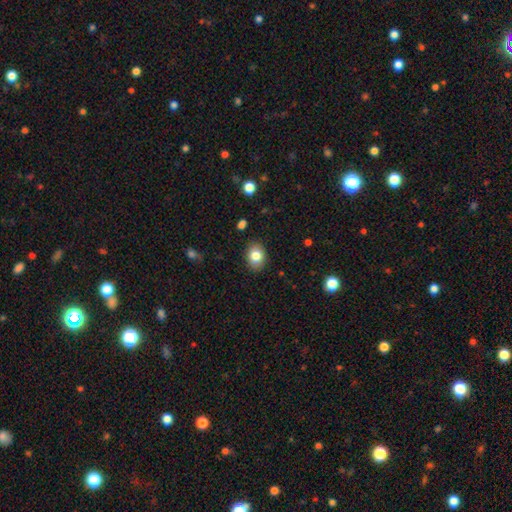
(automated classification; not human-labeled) This appears to be a smooth galaxy with no disk features (82%) that is in between round and cigar-shaped (58%). Merging: none (87%).